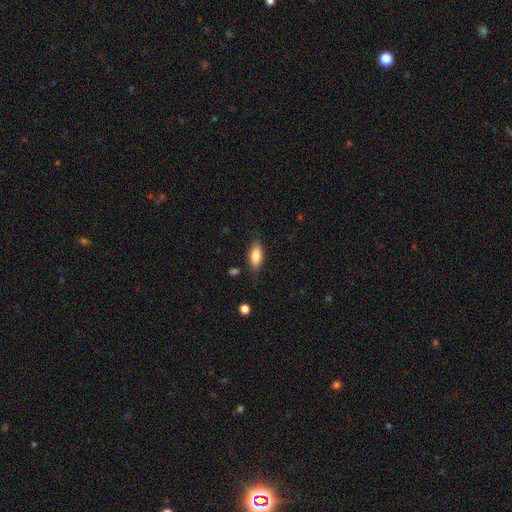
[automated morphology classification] smooth-or-featured: smooth: 83% | featured or disk: 10% | star or artifact: 7%
  how-rounded: in between: 84% | cigar-shaped: 14% | round: 3%
  merging: none: 80% | minor disturbance: 15% | major disturbance: 3% | merger: 2%